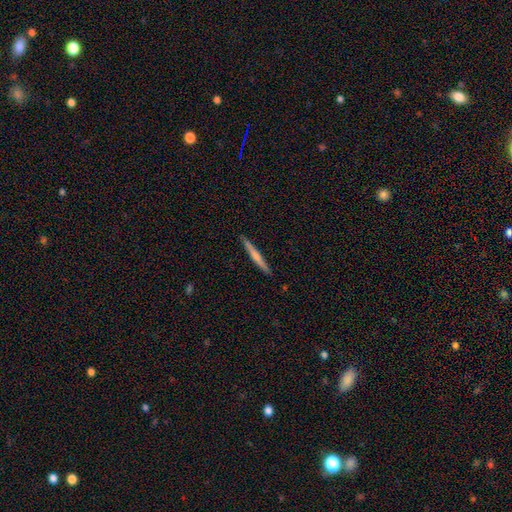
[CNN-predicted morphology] Smooth or featured? Predicted: smooth (p=0.54). How rounded? Predicted: cigar-shaped (p=0.96). Merging? Predicted: none (p=0.91).